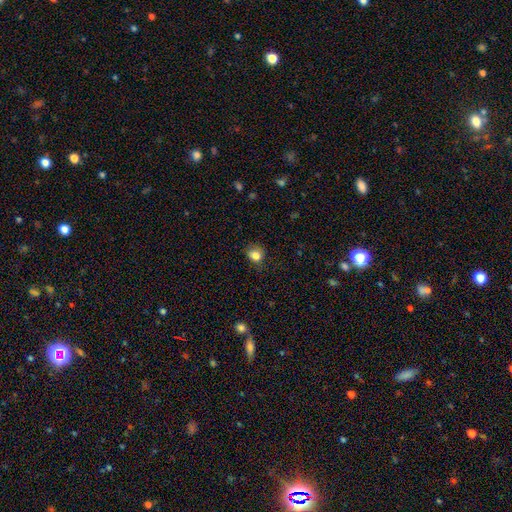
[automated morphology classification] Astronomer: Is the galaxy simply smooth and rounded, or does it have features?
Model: smooth — 83%.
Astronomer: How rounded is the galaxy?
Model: round — 67%.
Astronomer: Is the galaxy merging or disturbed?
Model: none — 71%.